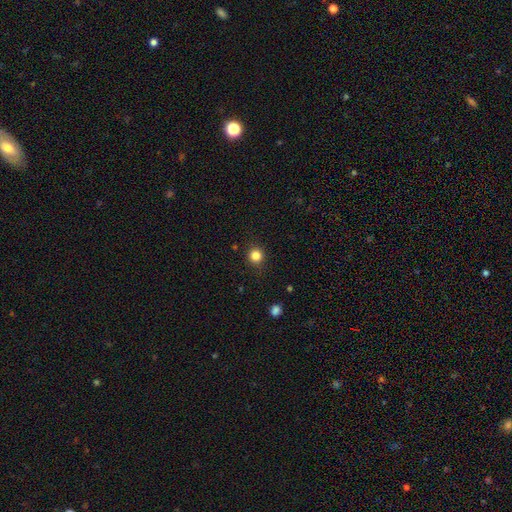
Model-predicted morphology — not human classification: Smooth or featured?
  - smooth: 84% *
  - star or artifact: 12%
  - featured or disk: 4%
How rounded?
  - round: 93% *
  - in between: 6%
  - cigar-shaped: 1%
Merging?
  - none: 89% *
  - minor disturbance: 7%
  - major disturbance: 2%
  - merger: 1%